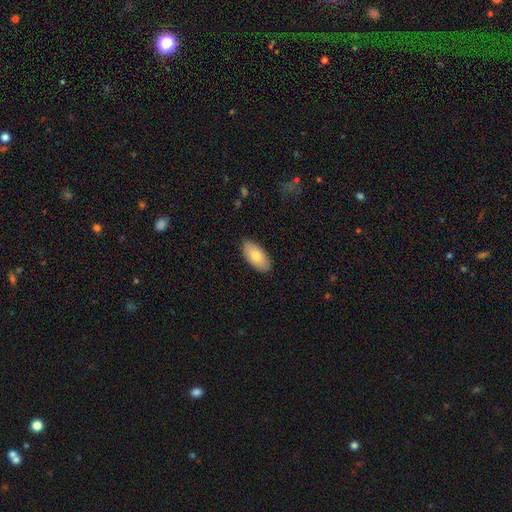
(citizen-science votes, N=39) Morphology: type=smooth (69%); roundness=in between (96%); merging=none (83%).